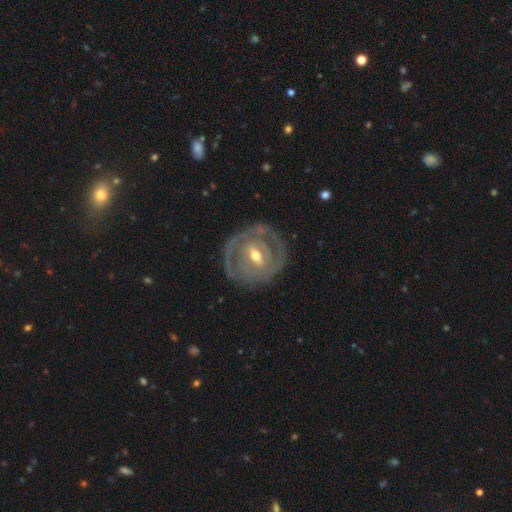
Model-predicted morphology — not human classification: This appears to be a featured or disk galaxy (80%) with a weak bar (47%), 2 (41%) tight (69%) spiral arms (70%) and a moderate central bulge (68%). Merging: none (74%).